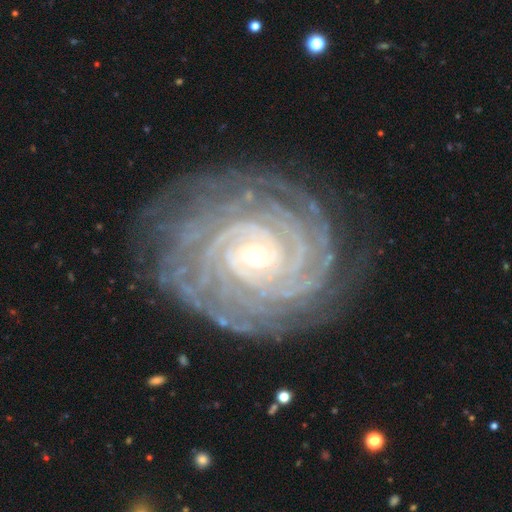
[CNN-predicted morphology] A featured or disk galaxy (92%) with no bar (59%), more than 4 (25%) tight (90%) spiral arms (99%) and a small central bulge (75%).

Vote fractions:
- Smooth or featured? featured or disk: 92% / star or artifact: 5% / smooth: 3%
- Edge-on disk? no: 98% / yes: 2%
- Bar? no: 59% / weak: 25% / strong: 16%
- Spiral arms? yes: 99% / no: 1%
- Spiral winding? tight: 90% / medium: 9% / loose: 1%
- Spiral arm count? more than 4: 25% / 4: 22% / can't tell: 16% / 3: 14% / 2: 14% / 1: 9%
- Bulge size? small: 75% / moderate: 22% / large: 1% / none: 1% / dominant: 1%
- Merging? none: 81% / minor disturbance: 14% / major disturbance: 4% / merger: 1%